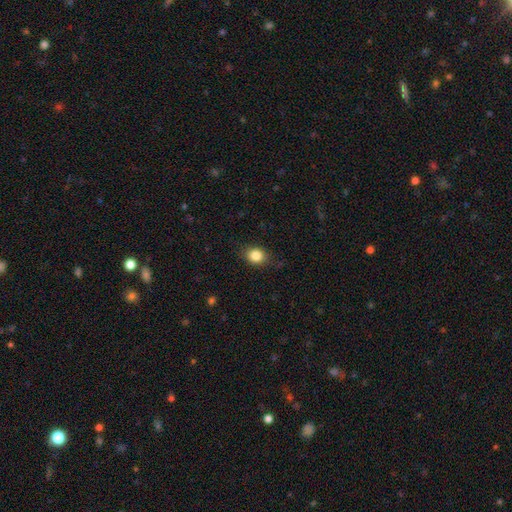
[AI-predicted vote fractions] smooth_or_featured: smooth (p=0.85) [alt: star or artifact p=0.10]
how_rounded: round (p=0.57) [alt: in between p=0.42]
merging: none (p=0.84) [alt: minor disturbance p=0.12]